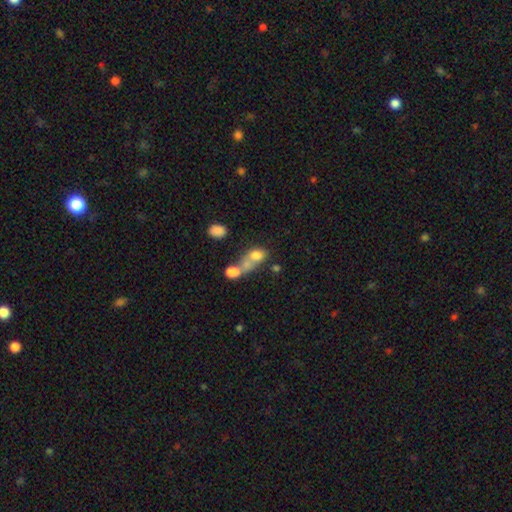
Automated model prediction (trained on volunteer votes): smooth_or_featured: smooth (p=0.64) [alt: featured or disk p=0.22]
how_rounded: in between (p=0.53) [alt: round p=0.43]
merging: merger (p=0.58) [alt: none p=0.23]